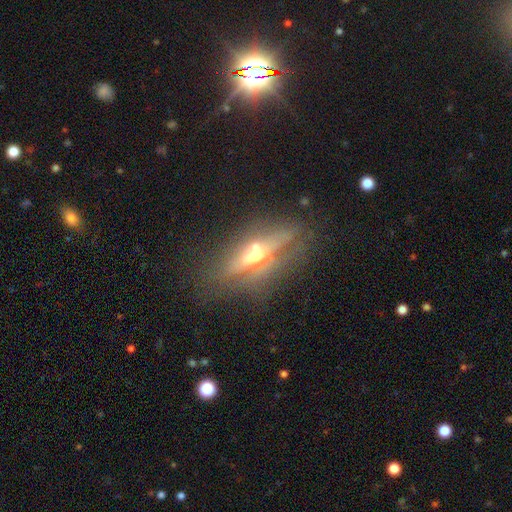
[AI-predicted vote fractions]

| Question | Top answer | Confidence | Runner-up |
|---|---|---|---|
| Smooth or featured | featured or disk | 62% | smooth (26%) |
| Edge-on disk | yes | 72% | no (28%) |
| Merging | none | 60% | minor disturbance (17%) |